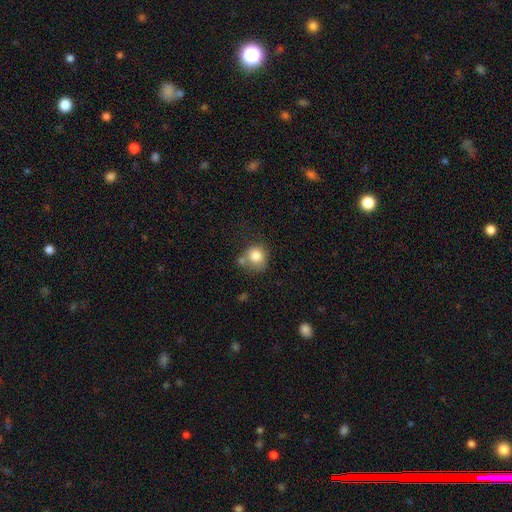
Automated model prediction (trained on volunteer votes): Morphology: type=smooth (82%); roundness=round (80%); merging=none (53%).